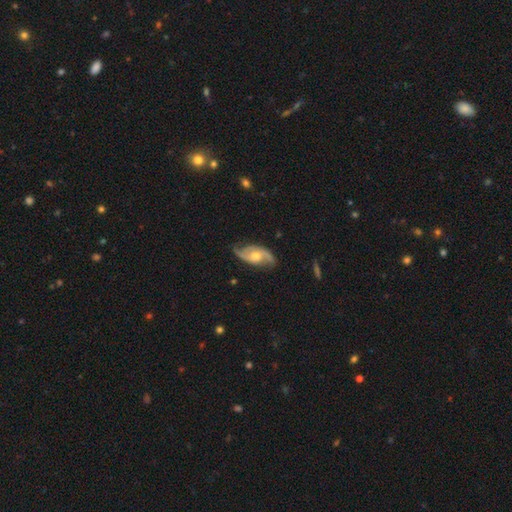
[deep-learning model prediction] Smooth or featured? featured or disk (84%)
Edge-on disk? no (95%)
Bar? no (63%)
Spiral arms? yes (96%)
Spiral winding? medium (43%)
Spiral arm count? 2 (88%)
Bulge size? moderate (58%)
Merging? none (74%)